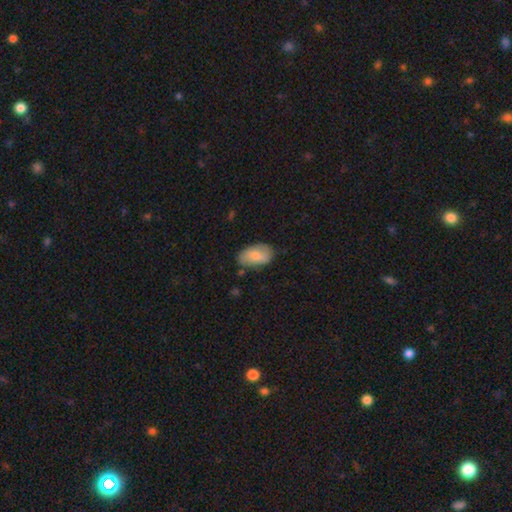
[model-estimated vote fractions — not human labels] Smooth or featured?
  - smooth: 74% *
  - featured or disk: 20%
  - star or artifact: 6%
How rounded?
  - in between: 93% *
  - round: 6%
  - cigar-shaped: 2%
Merging?
  - none: 71% *
  - minor disturbance: 22%
  - major disturbance: 5%
  - merger: 2%